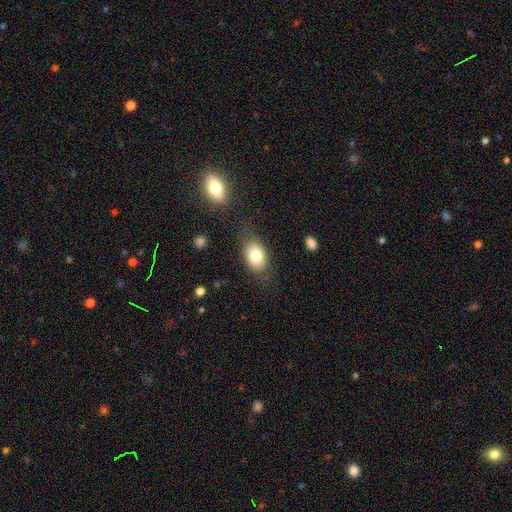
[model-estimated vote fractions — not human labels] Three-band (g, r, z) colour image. It shows a smooth galaxy with no disk features (80%) that is in between round and cigar-shaped (85%). Merging: none (77%).